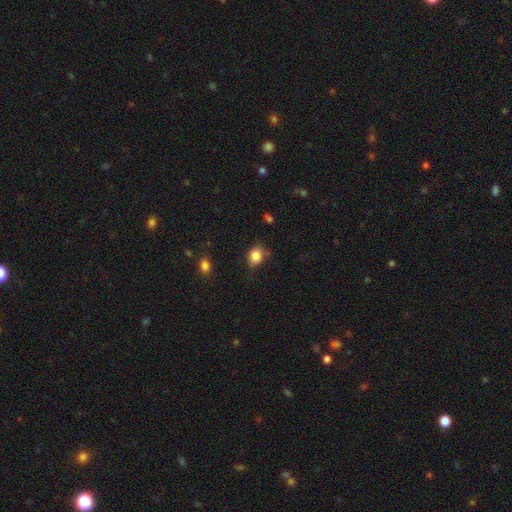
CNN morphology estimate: smooth_or_featured: smooth (p=0.84) [alt: star or artifact p=0.10]
how_rounded: round (p=0.50) [alt: in between p=0.49]
merging: none (p=0.68) [alt: minor disturbance p=0.24]